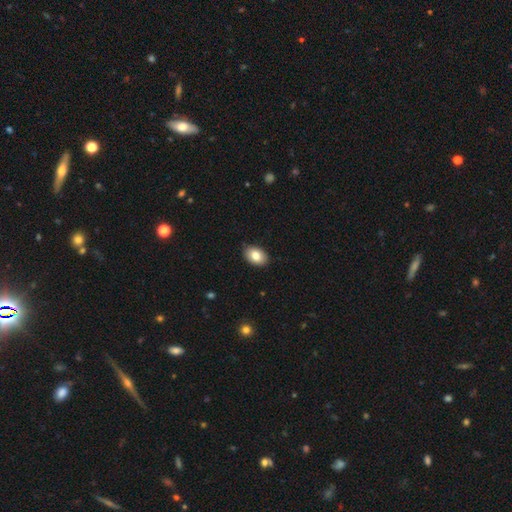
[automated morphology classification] Q: Smooth or featured?
A: smooth (83%); runner-up: featured or disk (10%)
Q: How rounded?
A: in between (84%); runner-up: round (15%)
Q: Merging?
A: none (87%); runner-up: minor disturbance (10%)